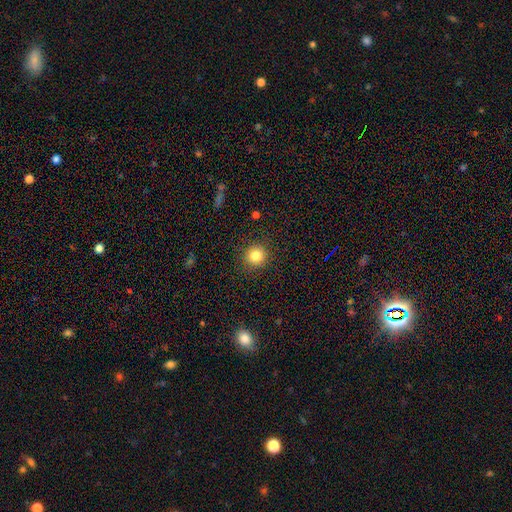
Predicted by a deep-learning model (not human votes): smooth 83%, star or artifact 11%, featured or disk 6%. Down the decision tree: how rounded — round (93%); merging — none (90%).